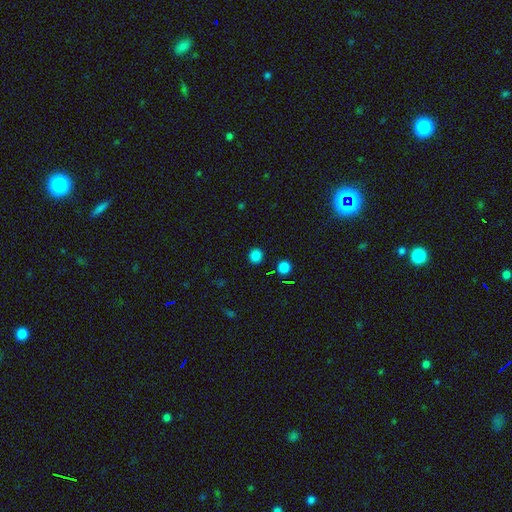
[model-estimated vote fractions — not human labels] smooth_or_featured: smooth (p=0.84) [alt: star or artifact p=0.13]
how_rounded: round (p=0.90) [alt: in between p=0.09]
merging: none (p=0.90) [alt: minor disturbance p=0.05]